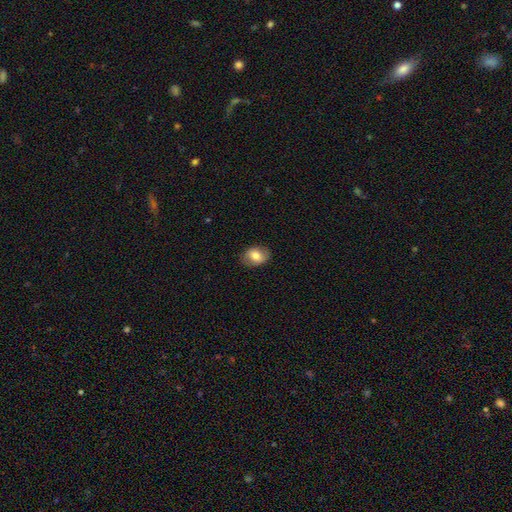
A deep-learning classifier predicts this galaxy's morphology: A smooth galaxy with no disk features (72%) that is in between round and cigar-shaped (72%).

Vote fractions:
- Smooth or featured? smooth: 72% / featured or disk: 21% / star or artifact: 8%
- How rounded? in between: 72% / round: 27% / cigar-shaped: 1%
- Merging? none: 83% / minor disturbance: 13% / major disturbance: 3% / merger: 1%